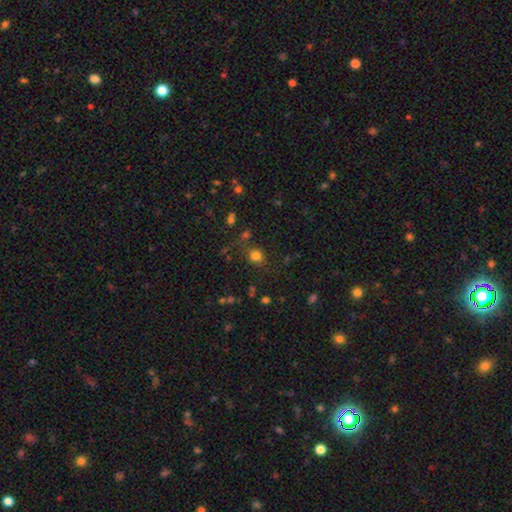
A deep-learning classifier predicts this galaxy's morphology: Q: Smooth or featured?
A: smooth (77%); runner-up: star or artifact (17%)
Q: How rounded?
A: round (83%); runner-up: in between (16%)
Q: Merging?
A: none (77%); runner-up: minor disturbance (12%)